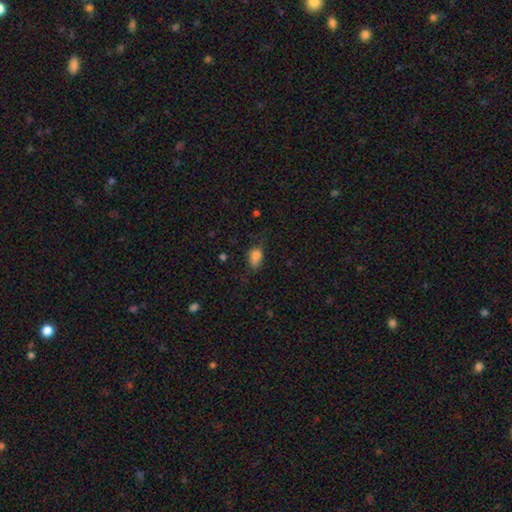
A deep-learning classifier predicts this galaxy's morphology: A smooth galaxy with no disk features (82%) that is in between round and cigar-shaped (82%). Merging: none (46%).